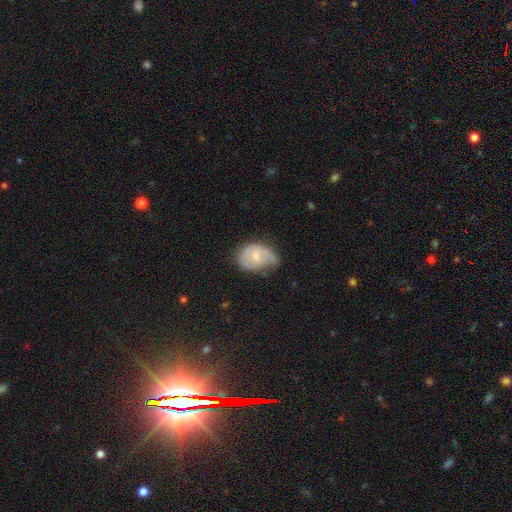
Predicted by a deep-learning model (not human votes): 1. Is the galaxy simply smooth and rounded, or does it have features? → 49% featured or disk, 44% smooth, 7% star or artifact.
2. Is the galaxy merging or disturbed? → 41% minor disturbance, 37% none, 20% major disturbance, 2% merger.